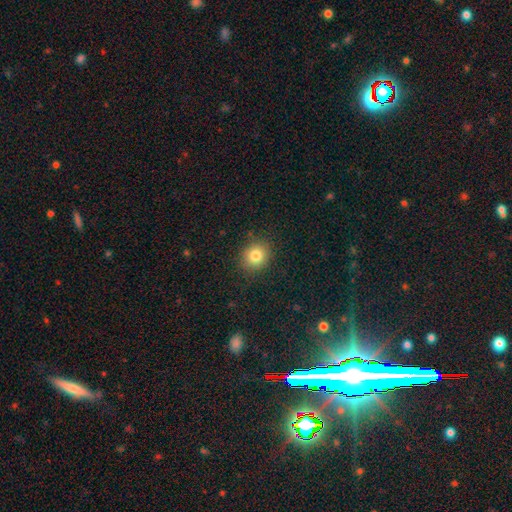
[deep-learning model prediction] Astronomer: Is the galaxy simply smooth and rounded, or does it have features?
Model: smooth — 81%.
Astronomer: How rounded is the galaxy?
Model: round — 73%.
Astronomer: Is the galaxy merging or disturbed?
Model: none — 87%.